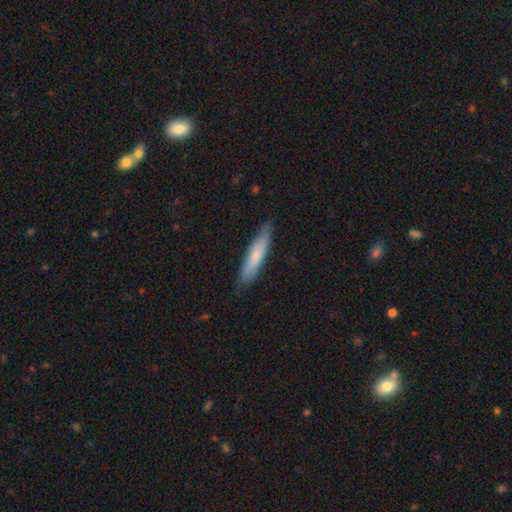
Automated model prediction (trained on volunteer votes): Q: Smooth or featured?
A: smooth (67%); runner-up: featured or disk (28%)
Q: How rounded?
A: cigar-shaped (84%); runner-up: in between (15%)
Q: Merging?
A: none (83%); runner-up: minor disturbance (14%)